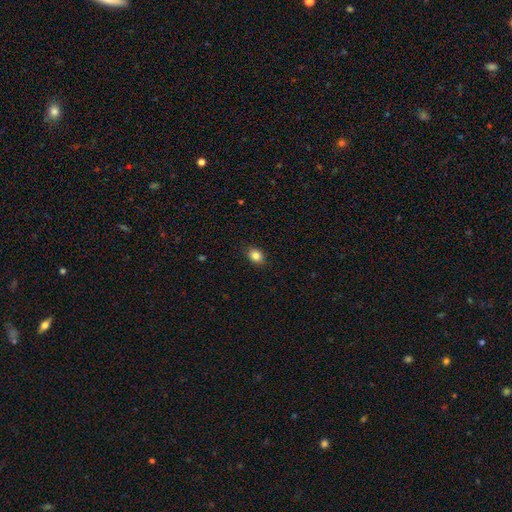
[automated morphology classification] This appears to be a smooth galaxy with no disk features (84%) that is in between round and cigar-shaped (66%). Merging: none (88%).